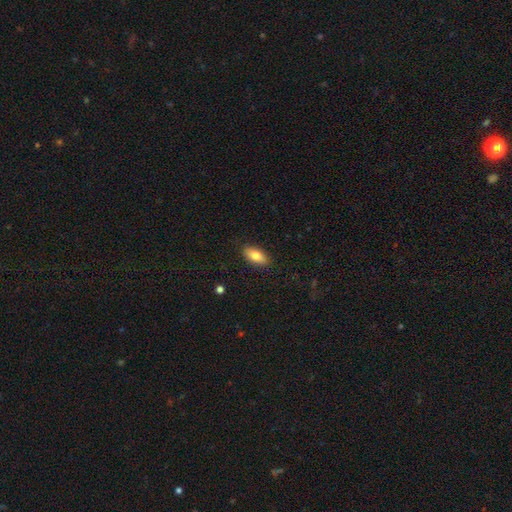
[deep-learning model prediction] The model was most divided on "smooth or featured": smooth: 80%, featured or disk: 13%, star or artifact: 7%. More confident: merging — none (88%); how rounded — in between (88%).